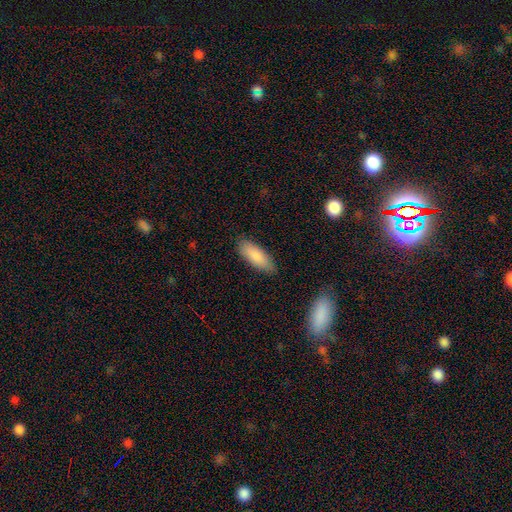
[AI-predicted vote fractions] Smooth or featured? Predicted: smooth (p=0.86). How rounded? Predicted: in between (p=0.73). Merging? Predicted: none (p=0.84).